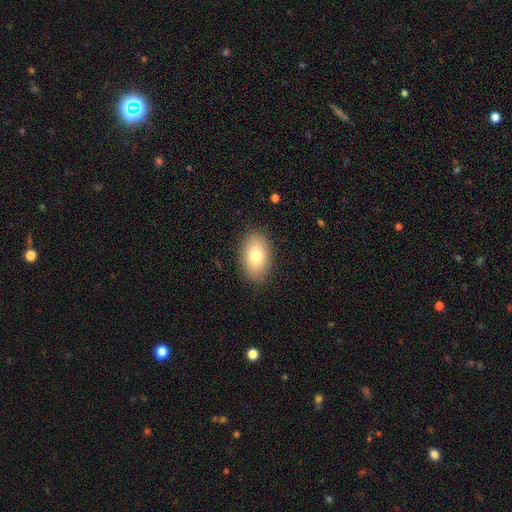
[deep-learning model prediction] smooth_or_featured: smooth (p=0.77) [alt: featured or disk p=0.14]
how_rounded: in between (p=0.90) [alt: round p=0.09]
merging: none (p=0.87) [alt: minor disturbance p=0.09]